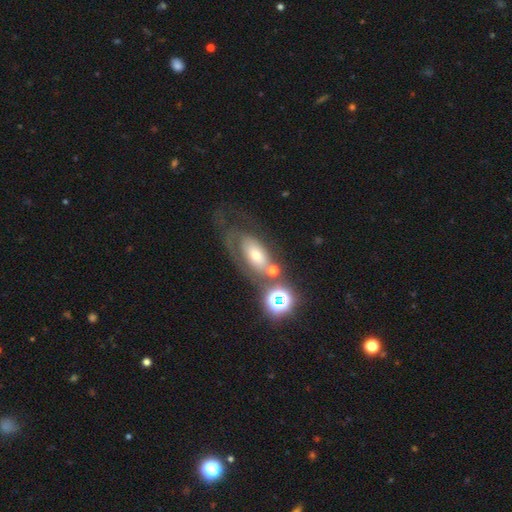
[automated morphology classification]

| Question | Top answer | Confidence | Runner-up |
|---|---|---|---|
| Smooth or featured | featured or disk | 50% | smooth (34%) |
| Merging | none | 40% | major disturbance (27%) |